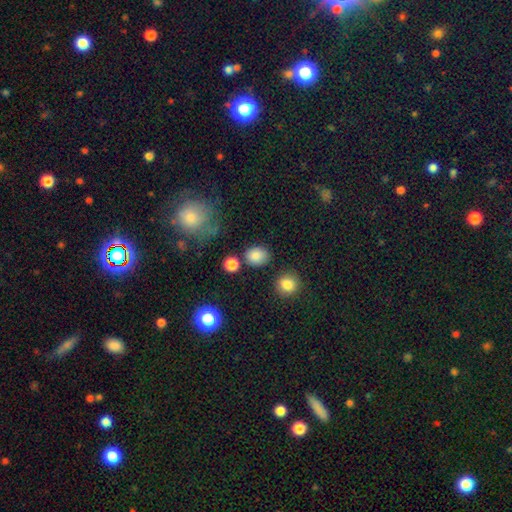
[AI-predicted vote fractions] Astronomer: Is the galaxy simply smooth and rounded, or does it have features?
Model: smooth — 84%.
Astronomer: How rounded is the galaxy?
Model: round — 59% (runner-up: in between, 40%).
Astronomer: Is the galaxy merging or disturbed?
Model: none — 81%.